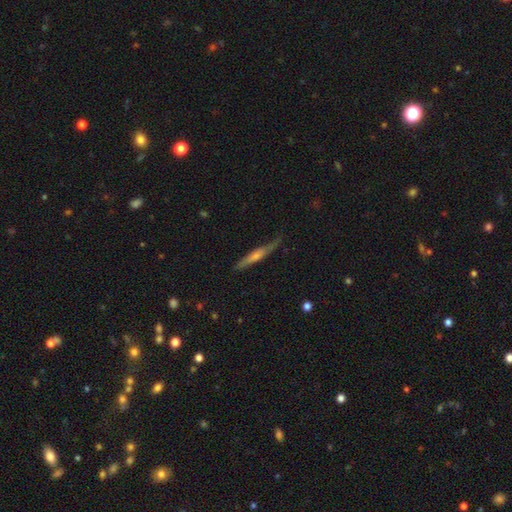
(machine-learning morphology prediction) featured or disk 59%, smooth 35%, star or artifact 7%. Down the decision tree: edge-on disk — yes (91%); edge-on bulge — rounded (58%); merging — none (73%).